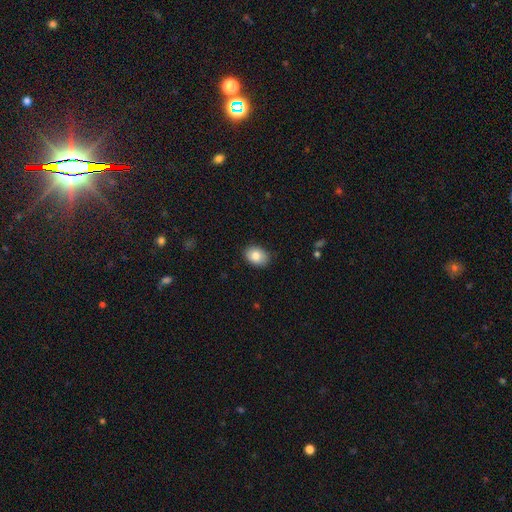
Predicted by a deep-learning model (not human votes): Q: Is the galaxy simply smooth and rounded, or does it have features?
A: smooth — 83%.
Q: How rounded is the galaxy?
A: in between — 75%.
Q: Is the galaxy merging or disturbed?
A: none — 85%.